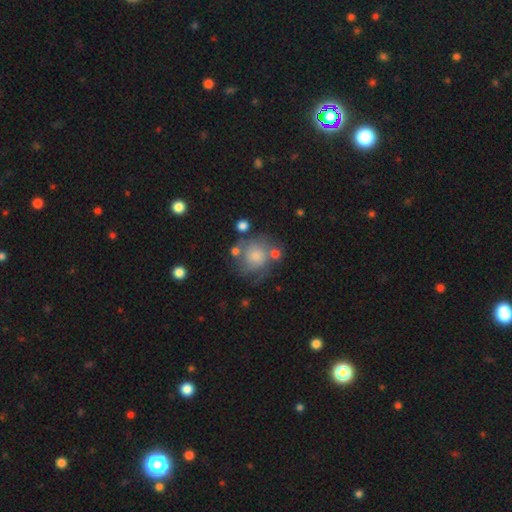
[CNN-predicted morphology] Overall: smooth (50%; featured or disk 41%). Merging: none (48%; minor disturbance 22%).